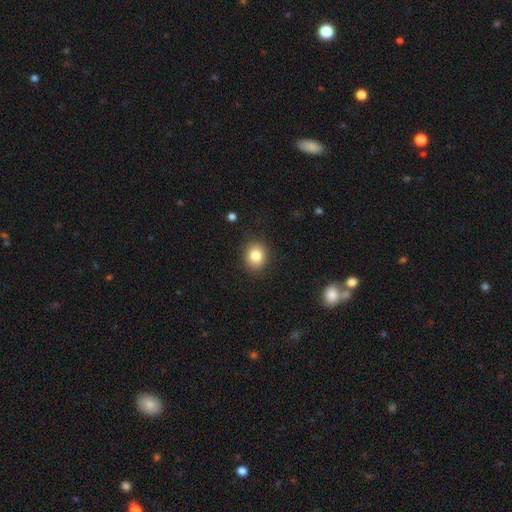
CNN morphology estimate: Overall: smooth (83%). How rounded: round (71%). Merging: none (88%).